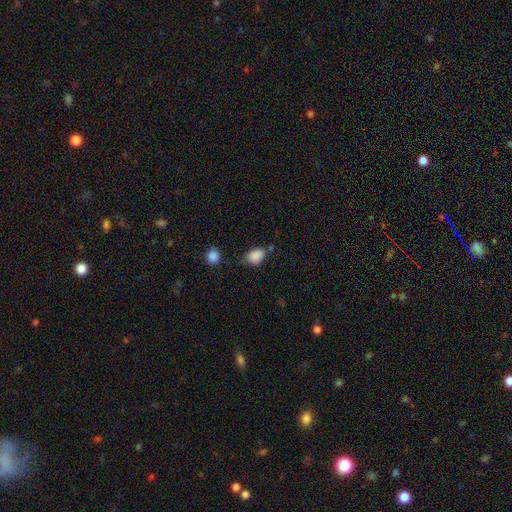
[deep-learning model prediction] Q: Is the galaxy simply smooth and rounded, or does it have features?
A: smooth — 86%.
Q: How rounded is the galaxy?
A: in between — 76%.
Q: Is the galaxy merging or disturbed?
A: none — 58%.